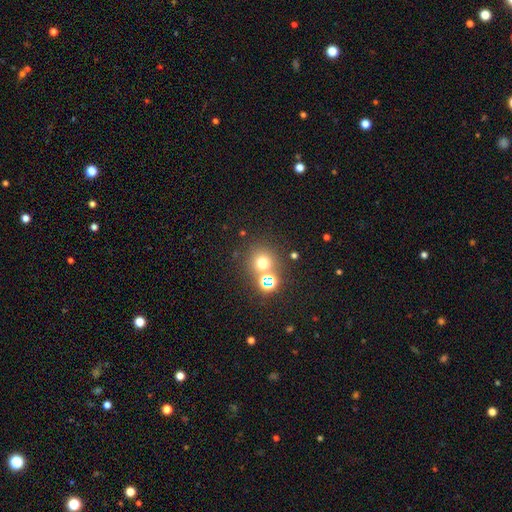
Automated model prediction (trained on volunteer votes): Smooth or featured? smooth (53%)
How rounded? round (83%)
Merging? none (58%)